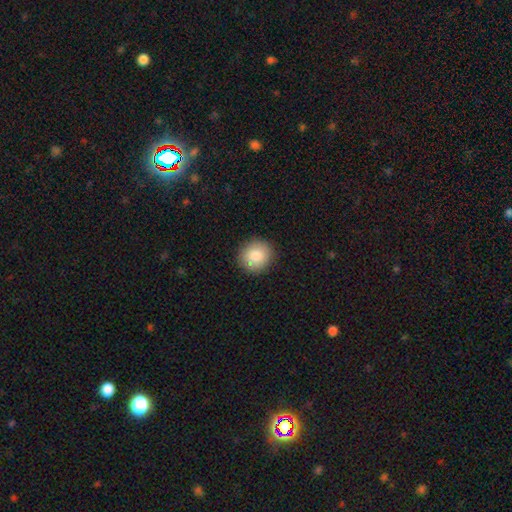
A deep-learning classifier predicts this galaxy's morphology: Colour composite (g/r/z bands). It shows a smooth galaxy with no disk features (84%) that is round (86%). Merging: none (89%).